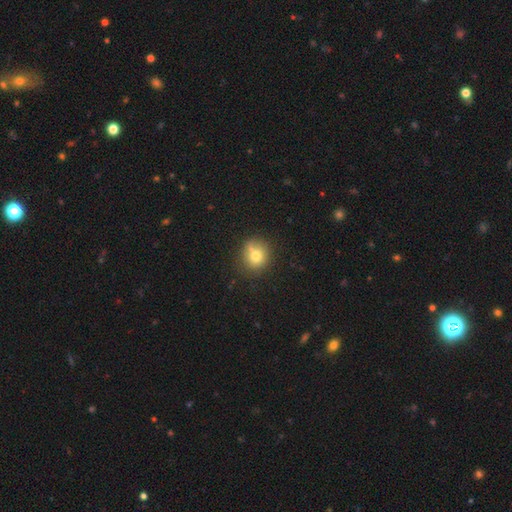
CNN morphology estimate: Overall: smooth (74%). How rounded: round (85%). Merging: none (64%).